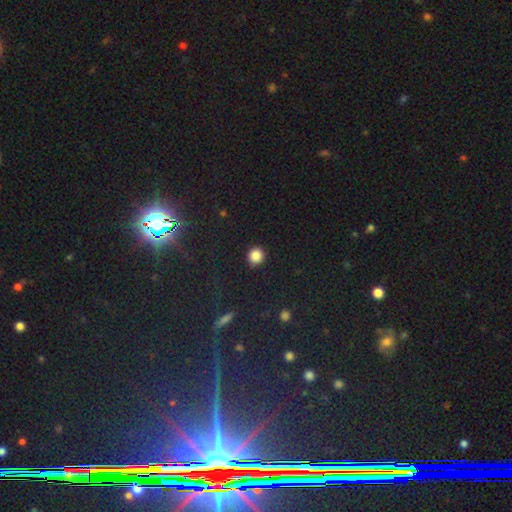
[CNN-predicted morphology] smooth-or-featured: smooth: 86% | star or artifact: 11% | featured or disk: 4%
  how-rounded: round: 91% | in between: 8% | cigar-shaped: 1%
  merging: none: 91% | minor disturbance: 6% | major disturbance: 2% | merger: 1%